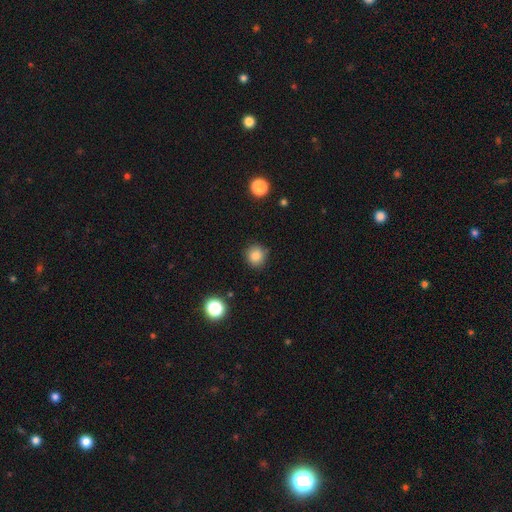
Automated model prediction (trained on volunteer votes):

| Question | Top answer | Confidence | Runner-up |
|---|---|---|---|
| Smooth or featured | smooth | 84% | star or artifact (12%) |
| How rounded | round | 90% | in between (9%) |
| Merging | none | 86% | minor disturbance (10%) |